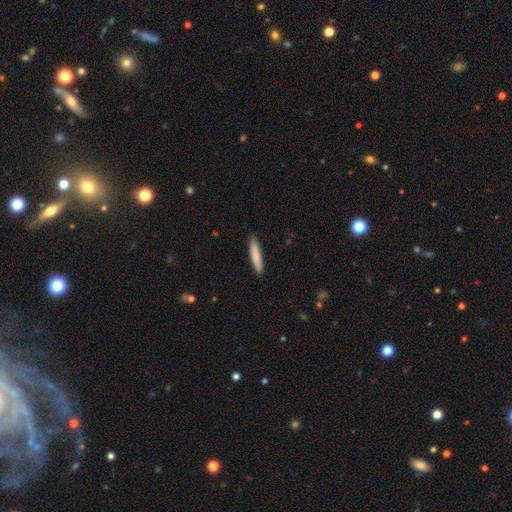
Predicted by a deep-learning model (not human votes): smooth 82%, featured or disk 12%, star or artifact 5%. Down the decision tree: how rounded — cigar-shaped (90%); merging — none (89%).